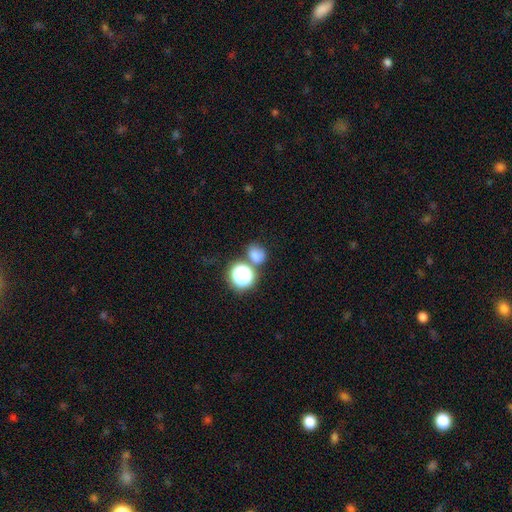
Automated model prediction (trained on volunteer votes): A smooth galaxy with no disk features (71%) that is round (57%). Merging: none (58%).